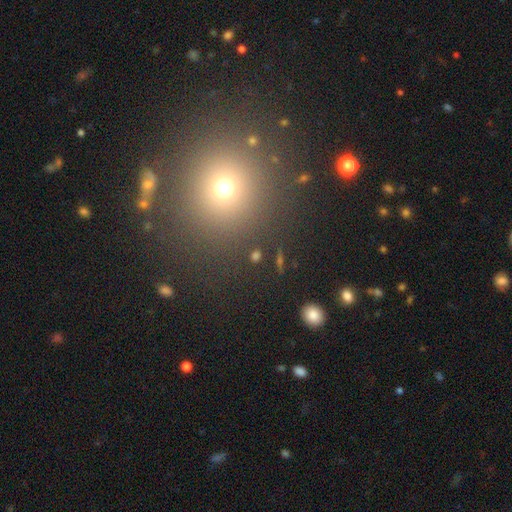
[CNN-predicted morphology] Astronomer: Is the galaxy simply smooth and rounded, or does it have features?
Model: smooth — 53% (runner-up: star or artifact, 33%).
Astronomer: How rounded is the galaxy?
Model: round — 61%.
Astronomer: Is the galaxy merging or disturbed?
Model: none — 87%.